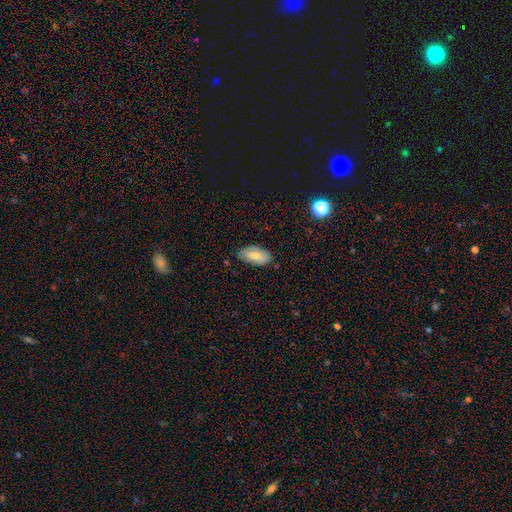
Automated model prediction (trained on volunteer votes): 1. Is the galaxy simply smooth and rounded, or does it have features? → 69% smooth, 24% featured or disk, 7% star or artifact.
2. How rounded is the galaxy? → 93% in between, 4% cigar-shaped, 3% round.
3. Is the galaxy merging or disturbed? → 75% none, 21% minor disturbance, 3% major disturbance, 2% merger.